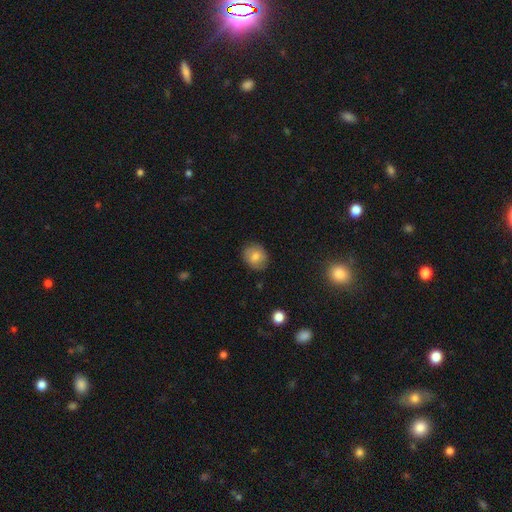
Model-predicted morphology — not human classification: This appears to be a smooth galaxy with no disk features (76%) that is round (68%). Merging: none (83%).